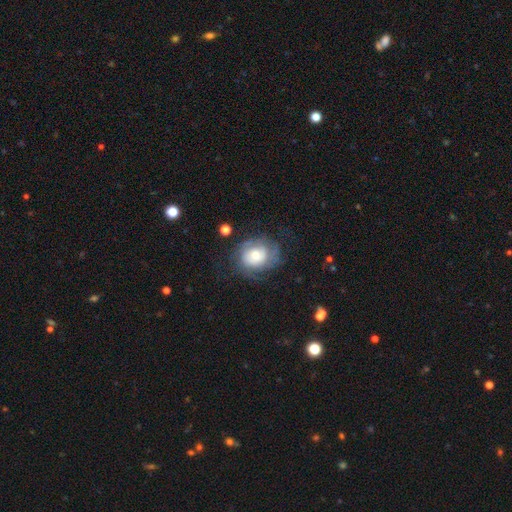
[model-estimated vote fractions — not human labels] This appears to be a featured or disk galaxy (52%) with no bar (77%), spiral arms (70%) and a moderate central bulge (51%). Merging: none (54%).